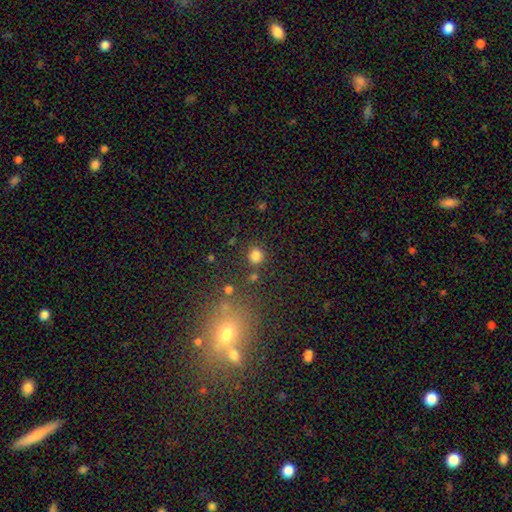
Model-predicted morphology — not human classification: smooth 82%, star or artifact 14%, featured or disk 5%. Down the decision tree: how rounded — round (90%); merging — none (83%).